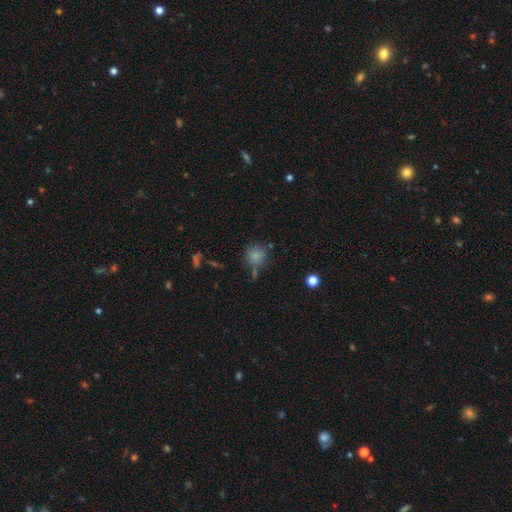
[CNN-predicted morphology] Overall: smooth (80%). How rounded: round (87%). Merging: none (66%).